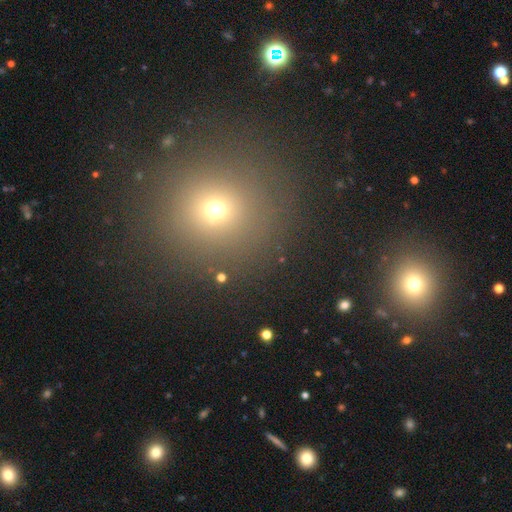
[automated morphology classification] smooth-or-featured: smooth: 58% | star or artifact: 33% | featured or disk: 9%
  how-rounded: round: 91% | in between: 8% | cigar-shaped: 1%
  merging: none: 87% | minor disturbance: 6% | major disturbance: 3% | merger: 3%